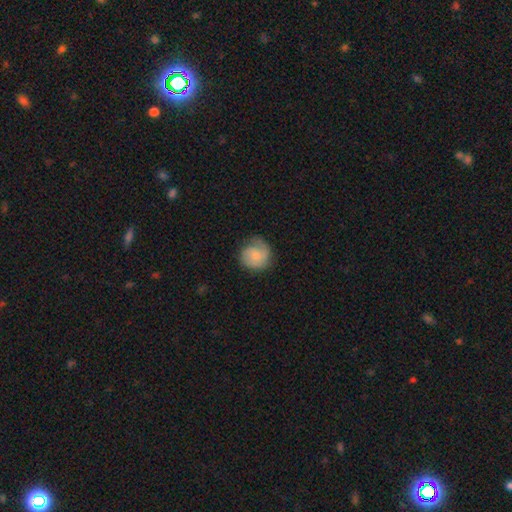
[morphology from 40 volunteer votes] smooth 60%, featured or disk 38%, star or artifact 2%. Down the decision tree: how rounded — round (88%); merging — none (56%).